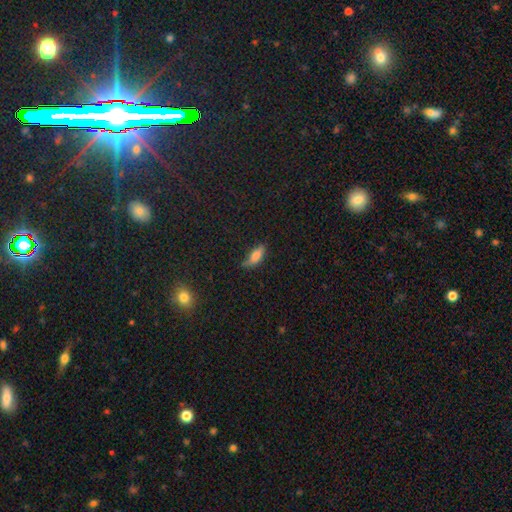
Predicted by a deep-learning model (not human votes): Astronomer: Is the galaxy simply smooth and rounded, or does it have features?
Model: smooth — 73%.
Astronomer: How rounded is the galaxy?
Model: in between — 66%.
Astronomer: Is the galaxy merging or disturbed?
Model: none — 62%.